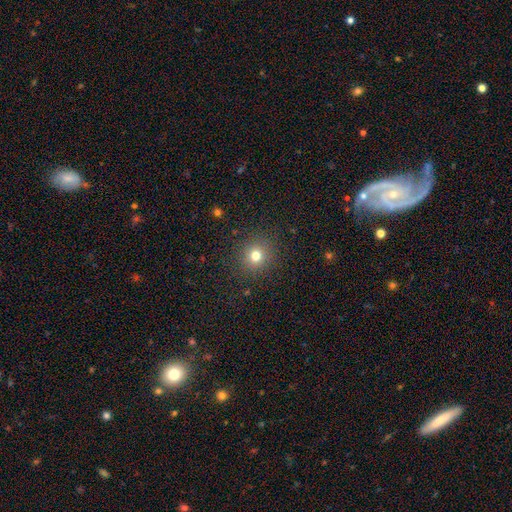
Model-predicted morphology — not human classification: Smooth or featured? Predicted: smooth (p=0.77). How rounded? Predicted: round (p=0.91). Merging? Predicted: none (p=0.90).